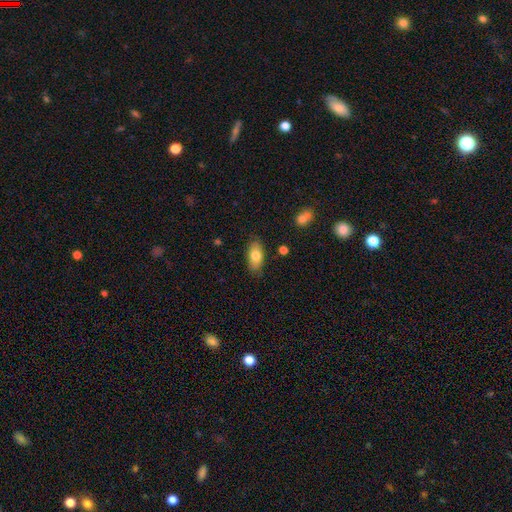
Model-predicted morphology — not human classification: The model was most divided on "smooth or featured": smooth: 76%, featured or disk: 17%, star or artifact: 7%. More confident: how rounded — in between (88%); merging — none (83%).